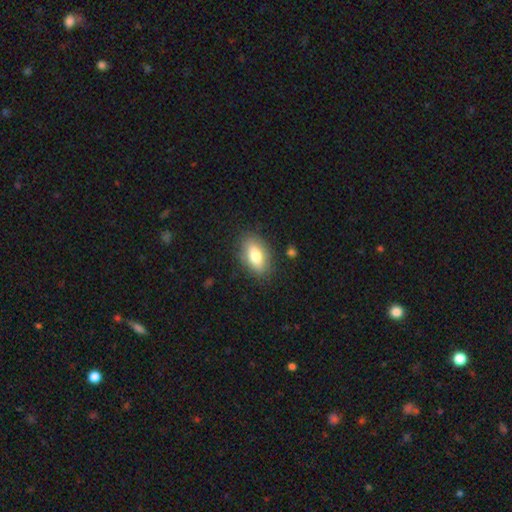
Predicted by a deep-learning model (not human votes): The model was most divided on "smooth or featured": smooth: 76%, featured or disk: 17%, star or artifact: 8%. More confident: how rounded — in between (87%); merging — none (84%).